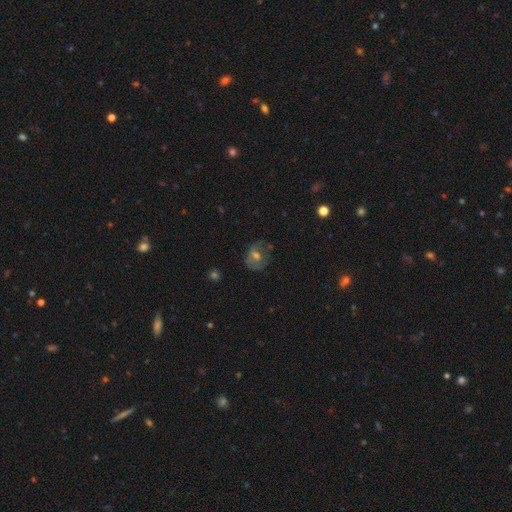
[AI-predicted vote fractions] Overall: featured or disk (45%; smooth 38%). Merging: none (58%; minor disturbance 23%).